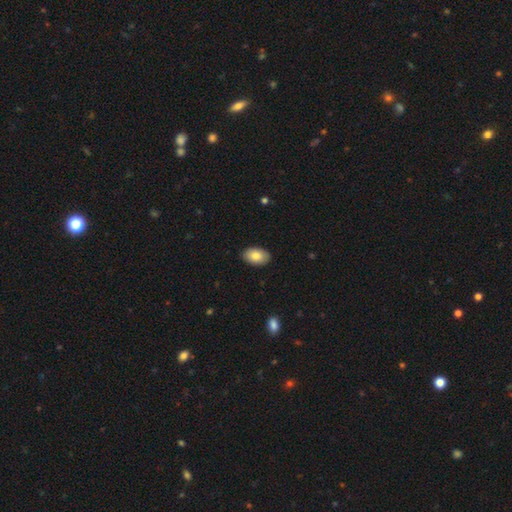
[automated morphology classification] This appears to be a smooth galaxy with no disk features (82%) that is in between round and cigar-shaped (93%). Merging: none (88%).